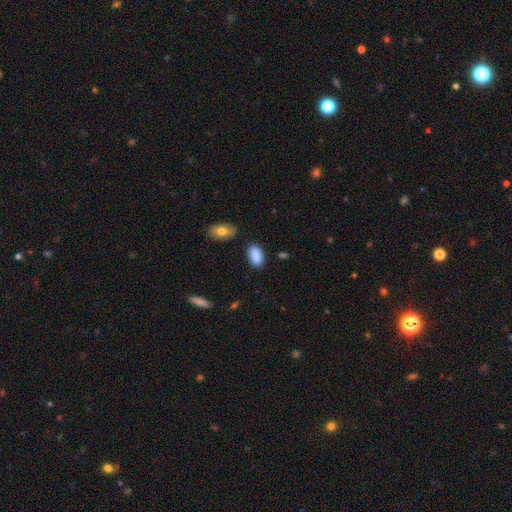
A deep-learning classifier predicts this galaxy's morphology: Smooth or featured: smooth — 89% (star or artifact — 7%)
How rounded: in between — 93% (cigar-shaped — 4%)
Merging: none — 80% (minor disturbance — 13%)